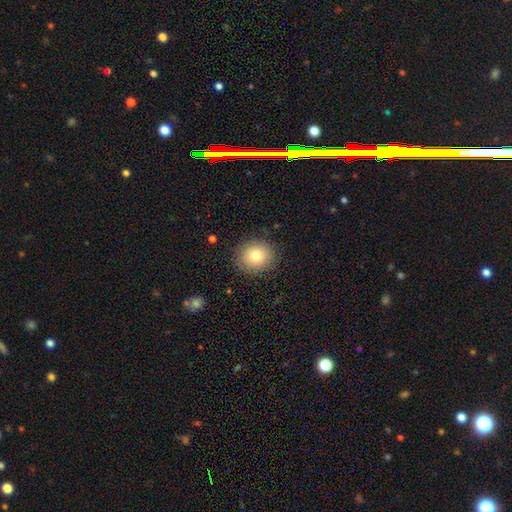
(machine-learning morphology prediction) This is likely a smooth galaxy (79%). How rounded: likely round (79%). Merging: clearly none (88%).